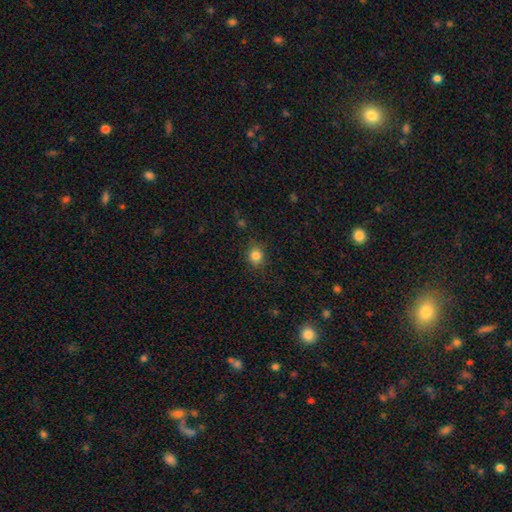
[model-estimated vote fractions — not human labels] Smooth or featured: smooth — 84% (star or artifact — 11%)
How rounded: round — 74% (in between — 25%)
Merging: none — 84% (minor disturbance — 12%)